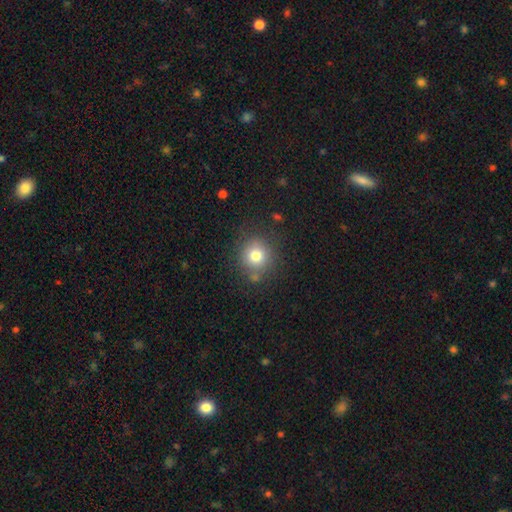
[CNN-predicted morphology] The model was most divided on "smooth or featured": smooth: 77%, star or artifact: 13%, featured or disk: 10%. More confident: how rounded — round (90%); merging — none (80%).